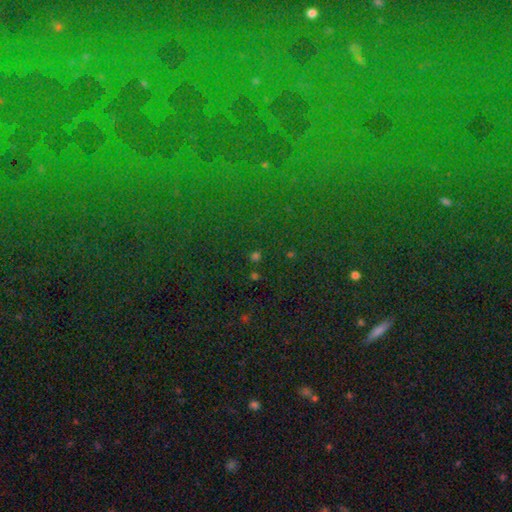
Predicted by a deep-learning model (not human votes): Q: Smooth or featured?
A: star or artifact (68%); runner-up: smooth (23%)